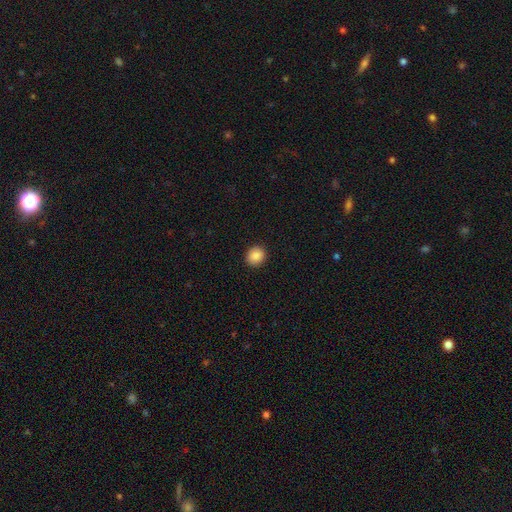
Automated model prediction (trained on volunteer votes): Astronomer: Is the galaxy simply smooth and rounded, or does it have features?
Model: smooth — 88%.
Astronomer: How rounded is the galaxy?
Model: round — 79%.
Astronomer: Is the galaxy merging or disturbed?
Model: none — 92%.